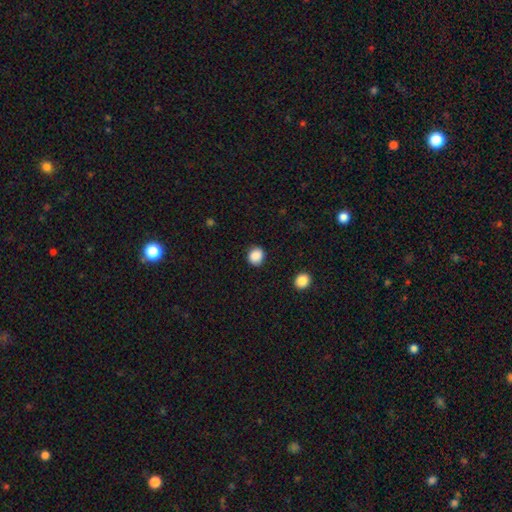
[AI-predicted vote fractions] Smooth or featured?
  - smooth: 88% *
  - star or artifact: 9%
  - featured or disk: 3%
How rounded?
  - round: 78% *
  - in between: 21%
  - cigar-shaped: 1%
Merging?
  - none: 86% *
  - minor disturbance: 10%
  - major disturbance: 3%
  - merger: 2%